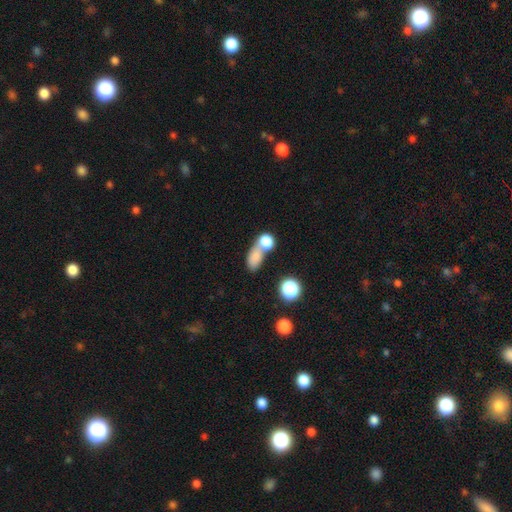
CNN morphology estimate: Smooth or featured?
  - smooth: 77% *
  - featured or disk: 11%
  - star or artifact: 11%
How rounded?
  - in between: 73% *
  - round: 21%
  - cigar-shaped: 6%
Merging?
  - merger: 54% *
  - none: 31%
  - minor disturbance: 9%
  - major disturbance: 6%